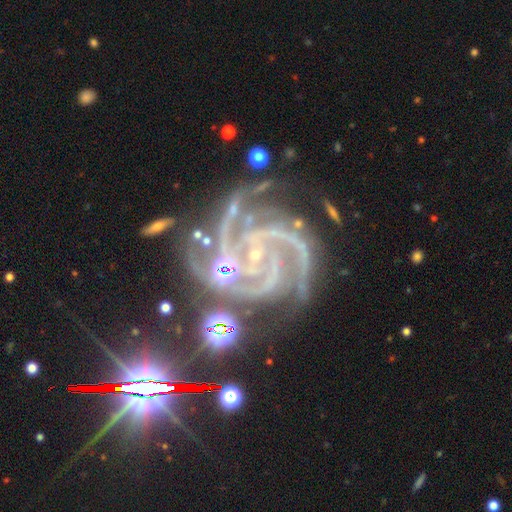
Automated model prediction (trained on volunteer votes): A featured or disk galaxy (89%) with no bar (55%), 3 (35%) tight (62%) spiral arms (99%) and a small central bulge (80%). Merging: none (56%).